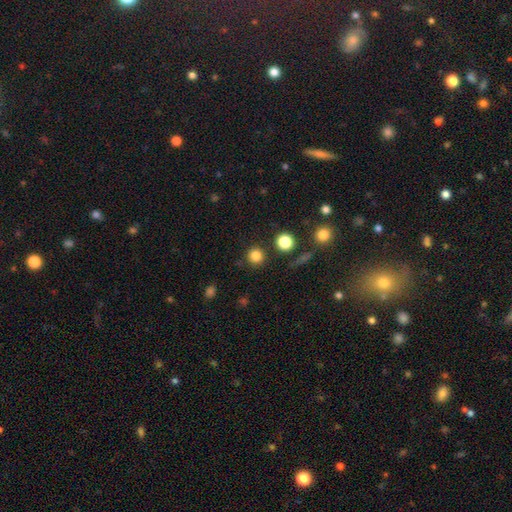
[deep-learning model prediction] Smooth or featured?
  - smooth: 83% *
  - star or artifact: 13%
  - featured or disk: 4%
How rounded?
  - round: 94% *
  - in between: 5%
  - cigar-shaped: 1%
Merging?
  - none: 88% *
  - minor disturbance: 6%
  - merger: 4%
  - major disturbance: 3%